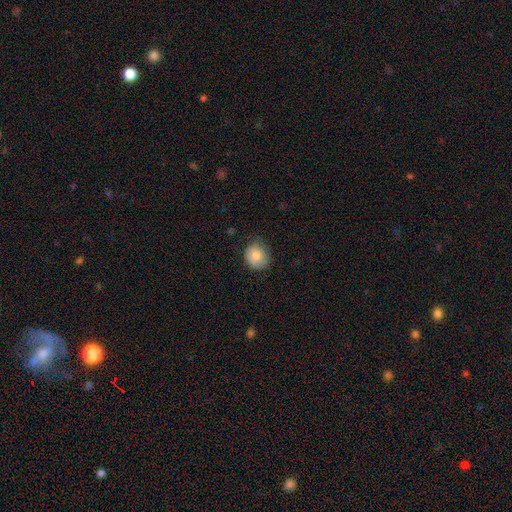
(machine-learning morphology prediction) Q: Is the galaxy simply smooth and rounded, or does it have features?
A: smooth — 82%.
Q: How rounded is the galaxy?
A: round — 75%.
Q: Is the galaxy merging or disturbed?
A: none — 66%.